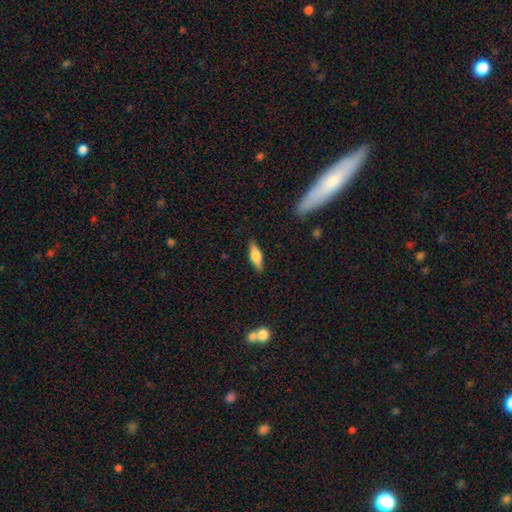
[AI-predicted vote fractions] This is possibly a smooth galaxy (59%). How rounded: possibly in between (53%). Merging: clearly none (87%).